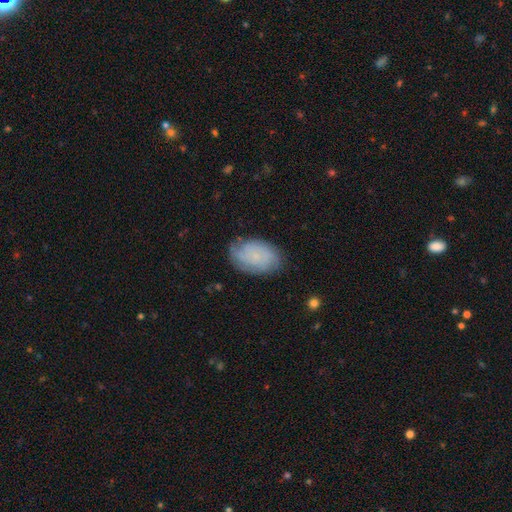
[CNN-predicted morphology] featured or disk 48%, smooth 44%, star or artifact 8%. Down the decision tree: merging — none (74%).